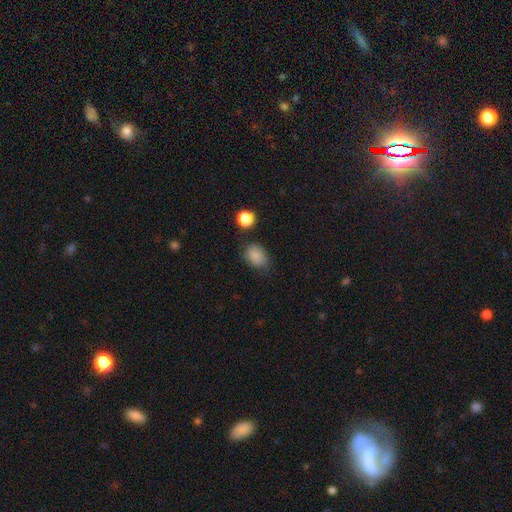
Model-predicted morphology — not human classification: type=smooth (85%); roundness=in between (71%); merging=none (67%).